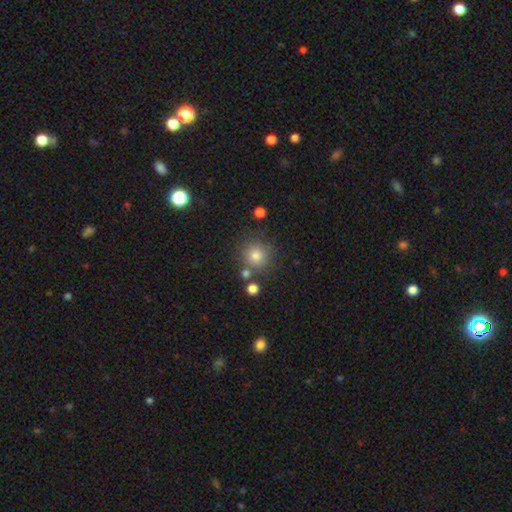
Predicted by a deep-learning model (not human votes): This appears to be a smooth galaxy with no disk features (79%) that is round (92%). Merging: none (79%).